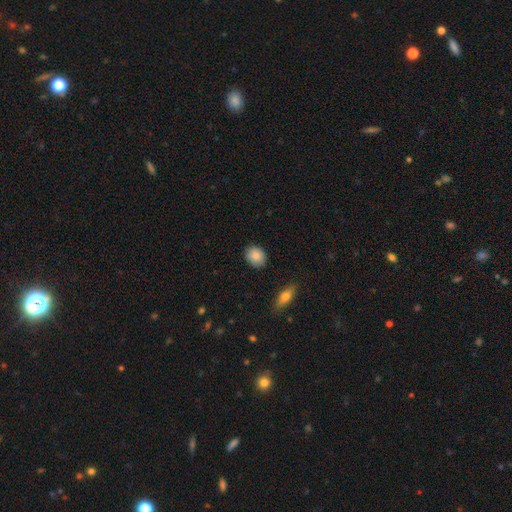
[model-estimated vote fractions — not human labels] Smooth or featured?
  - smooth: 86% *
  - featured or disk: 7%
  - star or artifact: 7%
How rounded?
  - in between: 51% *
  - round: 47%
  - cigar-shaped: 2%
Merging?
  - none: 88% *
  - minor disturbance: 9%
  - major disturbance: 2%
  - merger: 1%